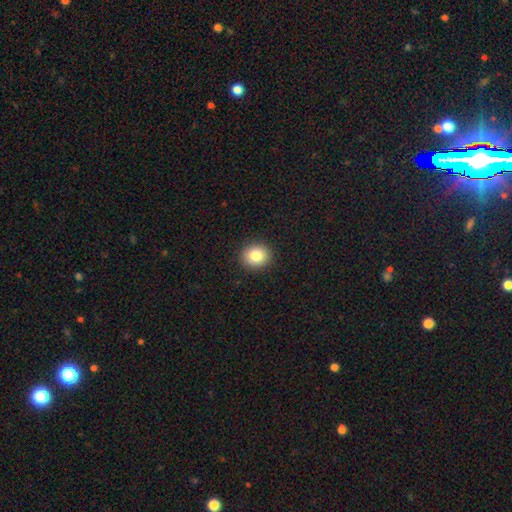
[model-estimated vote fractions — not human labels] Smooth or featured? Predicted: smooth (p=0.83). How rounded? Predicted: round (p=0.77). Merging? Predicted: none (p=0.92).